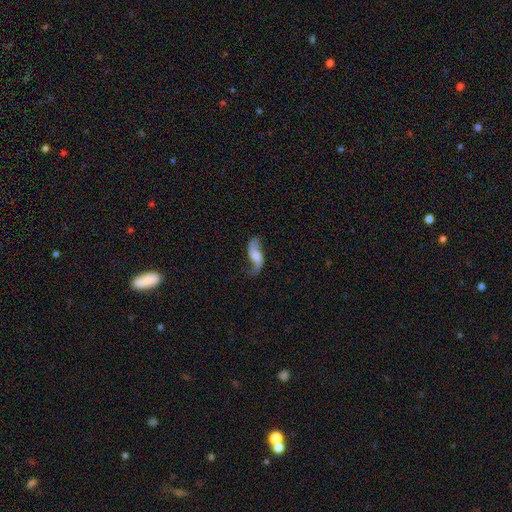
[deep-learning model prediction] Smooth or featured?
  - featured or disk: 73% *
  - smooth: 20%
  - star or artifact: 7%
Edge-on disk?
  - no: 92% *
  - yes: 8%
Bar?
  - no: 54% *
  - weak: 35%
  - strong: 11%
Spiral arms?
  - yes: 93% *
  - no: 7%
Spiral winding?
  - loose: 85% *
  - medium: 12%
  - tight: 3%
Spiral arm count?
  - 2: 88% *
  - 1: 7%
  - can't tell: 3%
  - 3: 1%
  - 4: 1%
  - more than 4: 1%
Bulge size?
  - moderate: 50% *
  - small: 27%
  - large: 13%
  - none: 8%
  - dominant: 2%
Merging?
  - none: 63% *
  - minor disturbance: 21%
  - major disturbance: 14%
  - merger: 2%